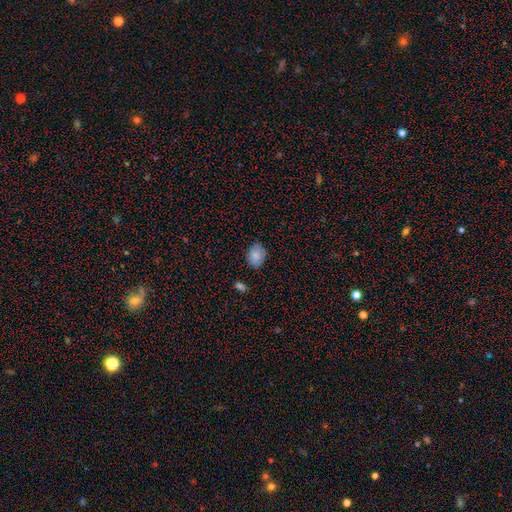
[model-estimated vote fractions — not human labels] Q: Smooth or featured?
A: smooth (84%); runner-up: star or artifact (9%)
Q: How rounded?
A: in between (72%); runner-up: round (27%)
Q: Merging?
A: none (81%); runner-up: minor disturbance (15%)